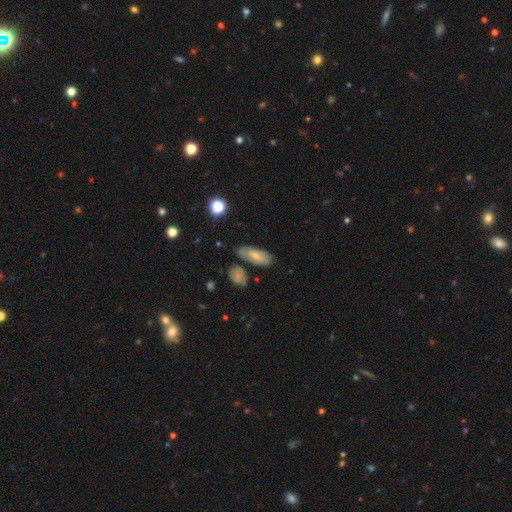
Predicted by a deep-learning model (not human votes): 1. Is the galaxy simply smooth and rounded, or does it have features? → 61% smooth, 31% featured or disk, 9% star or artifact.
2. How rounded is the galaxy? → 82% in between, 15% cigar-shaped, 4% round.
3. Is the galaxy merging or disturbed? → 64% none, 20% minor disturbance, 10% merger, 6% major disturbance.